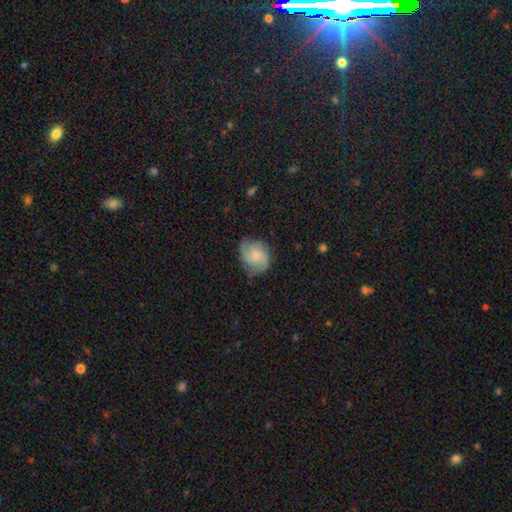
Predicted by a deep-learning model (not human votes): featured or disk 53%, smooth 40%, star or artifact 7%. Down the decision tree: edge-on disk — no (97%); bar — no (74%); spiral arms — yes (90%); bulge size — small (58%); merging — none (64%).